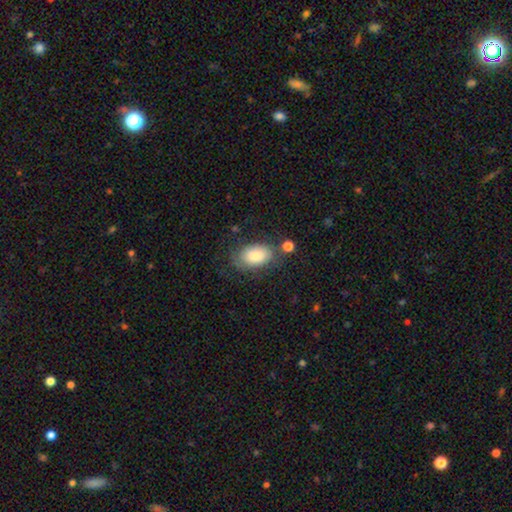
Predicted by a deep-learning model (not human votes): smooth 79%, featured or disk 14%, star or artifact 7%. Down the decision tree: how rounded — in between (91%); merging — none (65%).